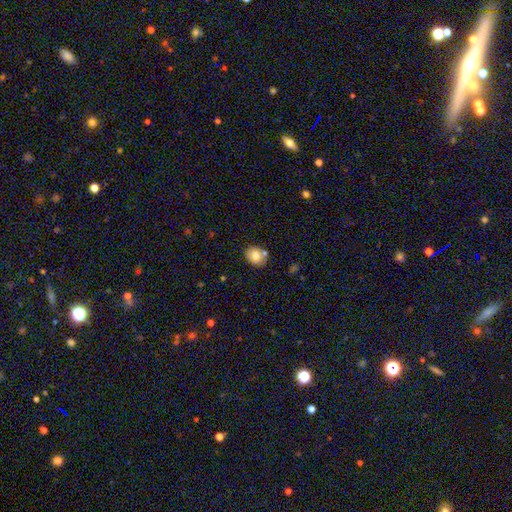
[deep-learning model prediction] This is likely a smooth galaxy (77%). How rounded: possibly round (52%). Merging: likely none (68%).